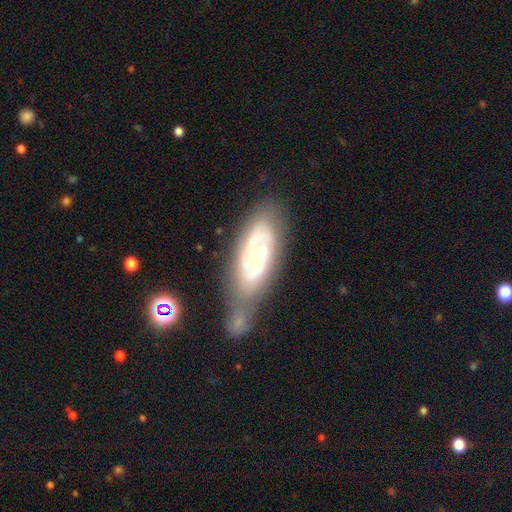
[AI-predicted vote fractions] Overall: featured or disk (70%). Edge-on disk: no (91%). Bar: no (77%). Spiral arms: yes (61%; no 39%). Bulge size: small (70%). Merging: none (40%; merger 25%).